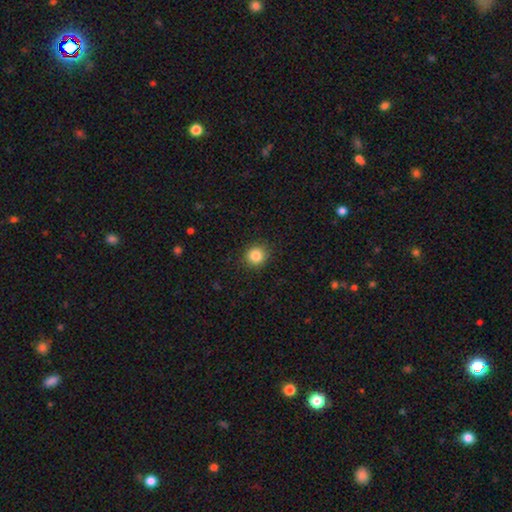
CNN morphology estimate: This is clearly a smooth galaxy (85%). How rounded: clearly round (89%). Merging: clearly none (90%).